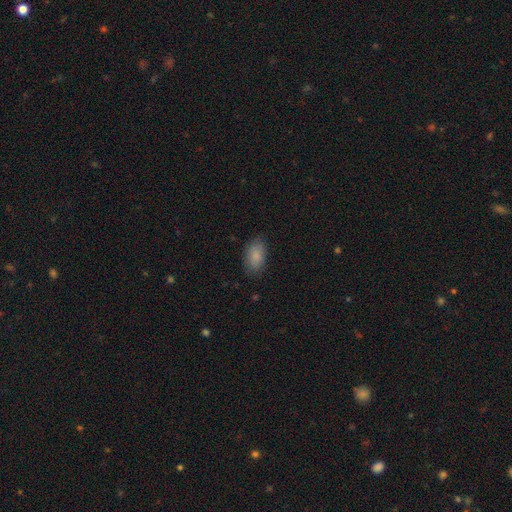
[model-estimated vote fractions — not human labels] Smooth or featured?
  - smooth: 86% *
  - star or artifact: 7%
  - featured or disk: 7%
How rounded?
  - in between: 92% *
  - round: 6%
  - cigar-shaped: 2%
Merging?
  - none: 80% *
  - minor disturbance: 16%
  - major disturbance: 4%
  - merger: 1%